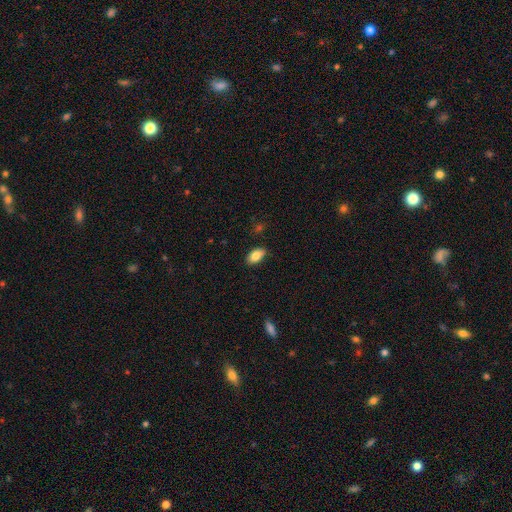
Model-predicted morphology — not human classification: smooth-or-featured: smooth: 85% | featured or disk: 8% | star or artifact: 7%
  how-rounded: in between: 92% | round: 4% | cigar-shaped: 4%
  merging: none: 84% | minor disturbance: 13% | major disturbance: 2% | merger: 1%